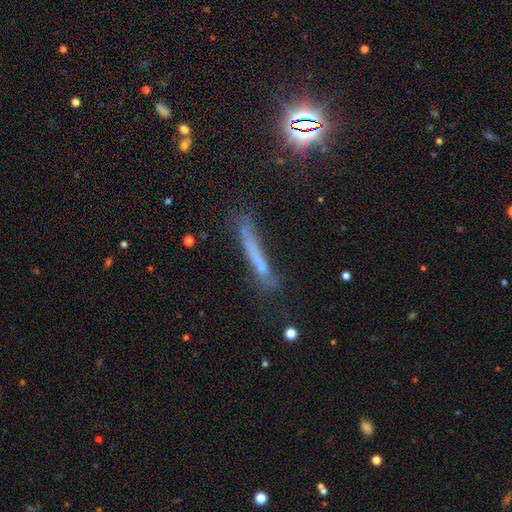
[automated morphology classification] type=smooth (45%); merging=none (62%).